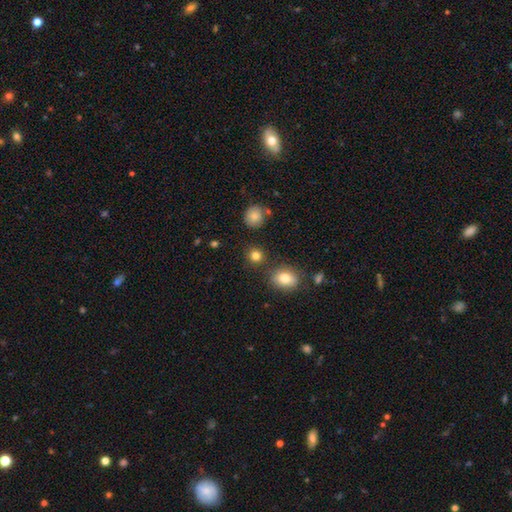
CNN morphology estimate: This is clearly a smooth galaxy (82%). How rounded: clearly round (87%). Merging: clearly none (85%).